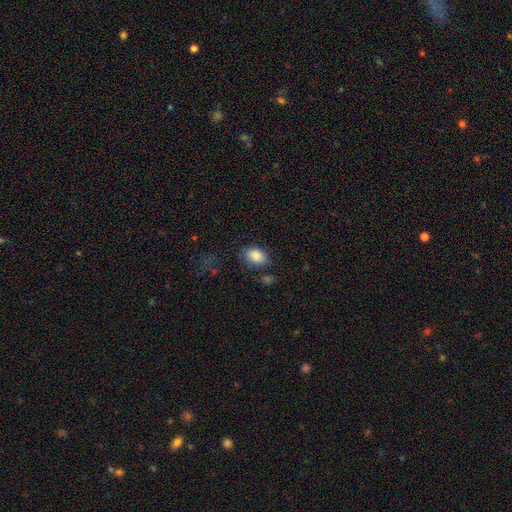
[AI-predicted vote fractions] smooth 87%, star or artifact 8%, featured or disk 5%. Down the decision tree: how rounded — in between (76%); merging — none (70%).